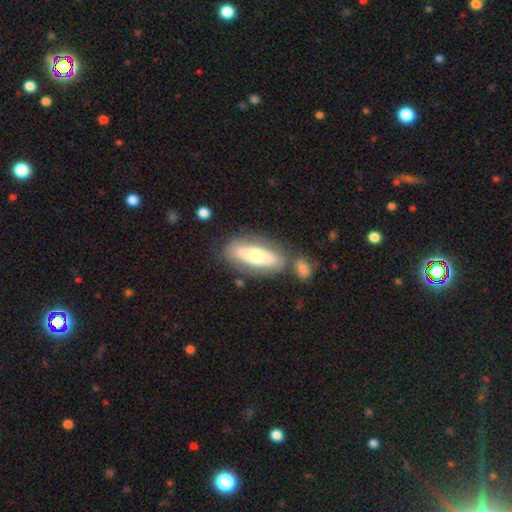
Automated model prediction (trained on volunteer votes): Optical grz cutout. It shows a smooth galaxy with no disk features (52%) that is in between round and cigar-shaped (76%). Merging: none (69%).